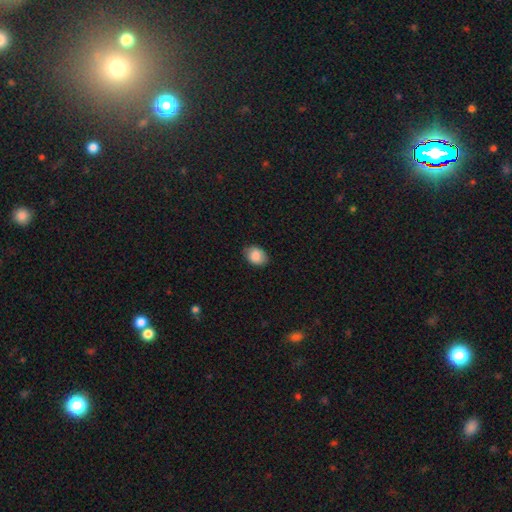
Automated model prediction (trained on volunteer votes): This appears to be a smooth galaxy with no disk features (86%) that is in between round and cigar-shaped (73%). Merging: none (83%).